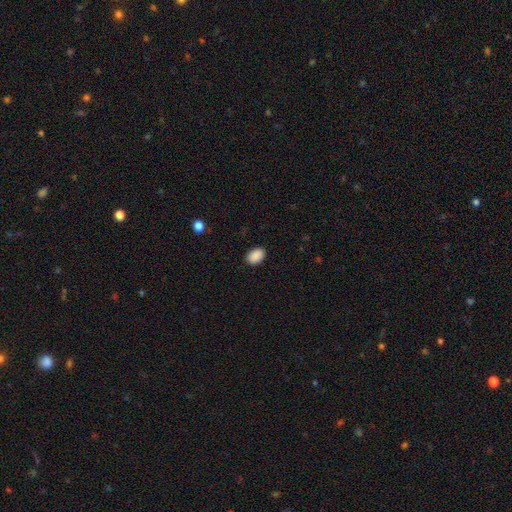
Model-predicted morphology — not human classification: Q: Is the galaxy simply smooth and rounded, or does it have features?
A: smooth — 90%.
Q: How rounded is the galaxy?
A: in between — 82%.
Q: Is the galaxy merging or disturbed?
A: none — 89%.